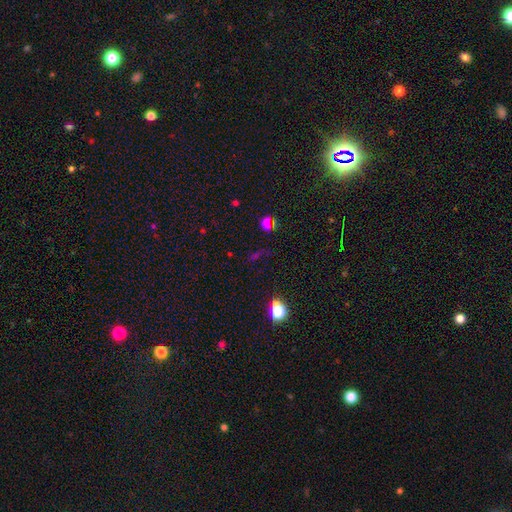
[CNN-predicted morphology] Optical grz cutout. It shows a star or artifact, not a galaxy (59%).